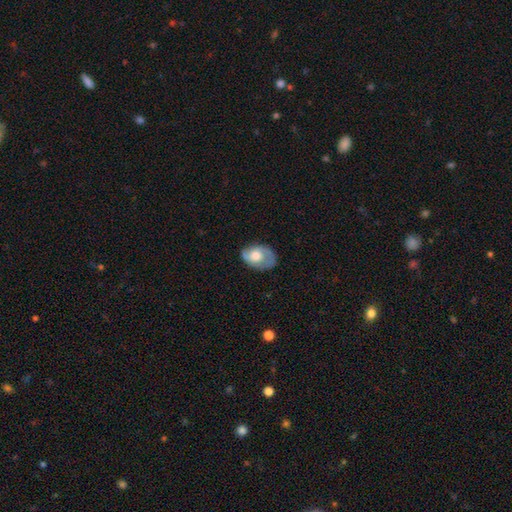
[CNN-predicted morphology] smooth-or-featured: featured or disk: 54% | smooth: 40% | star or artifact: 6%
  disk-edge-on: no: 95% | yes: 5%
    bar: no: 79% | weak: 18% | strong: 3%
    has-spiral-arms: yes: 69% | no: 31%
    bulge-size: large: 44% | moderate: 41% | small: 8% | dominant: 4% | none: 4%
  merging: none: 65% | minor disturbance: 23% | major disturbance: 10% | merger: 1%